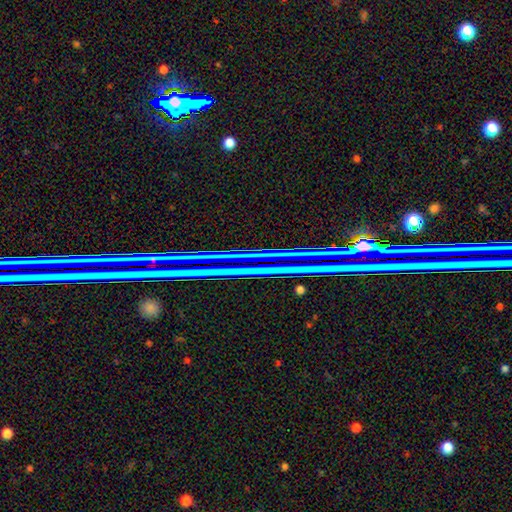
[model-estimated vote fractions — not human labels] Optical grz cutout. It shows a star or artifact, not a galaxy (80%).